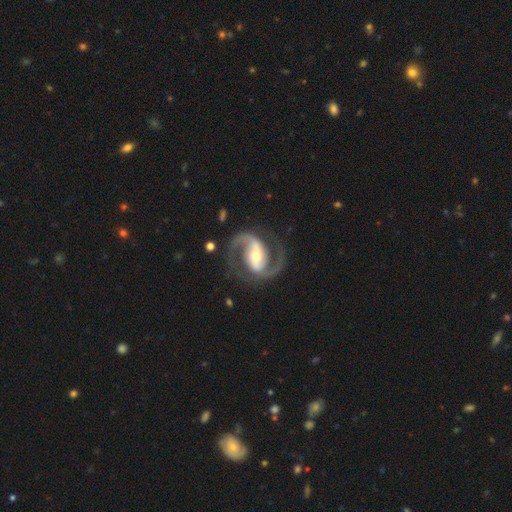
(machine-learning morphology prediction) smooth_or_featured: featured or disk (p=0.93) [alt: star or artifact p=0.04]
disk_edge_on: no (p=0.98) [alt: yes p=0.02]
bar: strong (p=0.47) [alt: weak p=0.34]
has_spiral_arms: yes (p=0.98) [alt: no p=0.02]
spiral_winding: medium (p=0.63) [alt: loose p=0.20]
spiral_arm_count: 2 (p=0.94) [alt: 1 p=0.02]
bulge_size: moderate (p=0.61) [alt: small p=0.30]
merging: none (p=0.82) [alt: minor disturbance p=0.11]